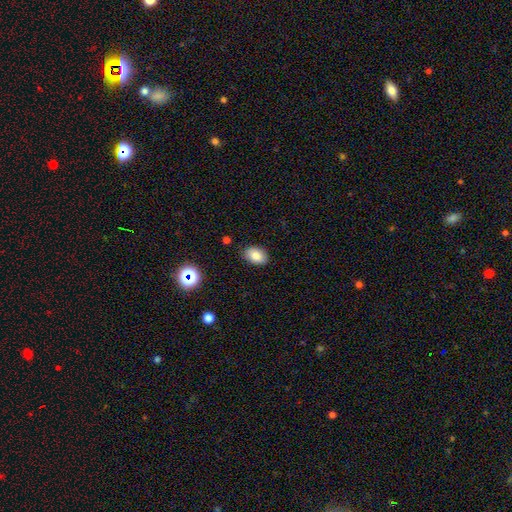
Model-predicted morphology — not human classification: Smooth or featured? Predicted: smooth (p=0.82). How rounded? Predicted: in between (p=0.81). Merging? Predicted: none (p=0.85).